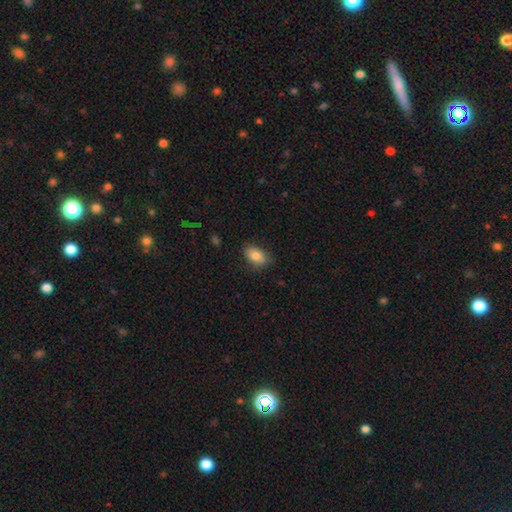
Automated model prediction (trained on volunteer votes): The model was most divided on "merging": none: 81%, minor disturbance: 15%, major disturbance: 3%, merger: 1%. More confident: how rounded — in between (88%); smooth or featured — smooth (82%).